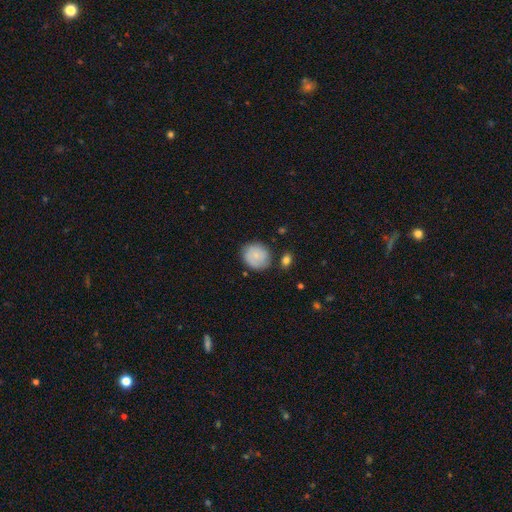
This appears to be a smooth galaxy with no disk features (74%) that is round (82%). Merging: none (92%).